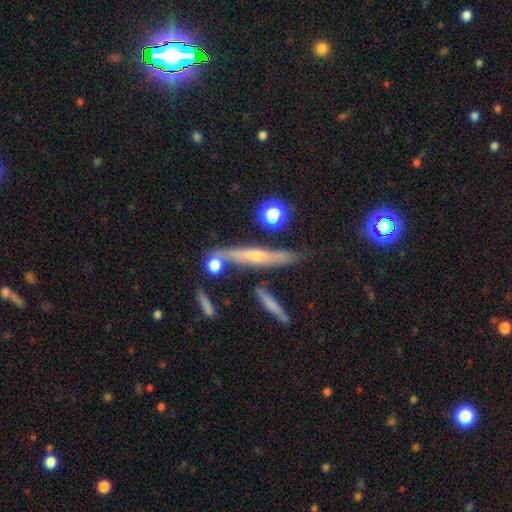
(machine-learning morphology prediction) Overall: featured or disk (64%; smooth 27%). Edge-on disk: yes (88%). Edge-on bulge: rounded (65%; none 26%). Merging: none (72%).